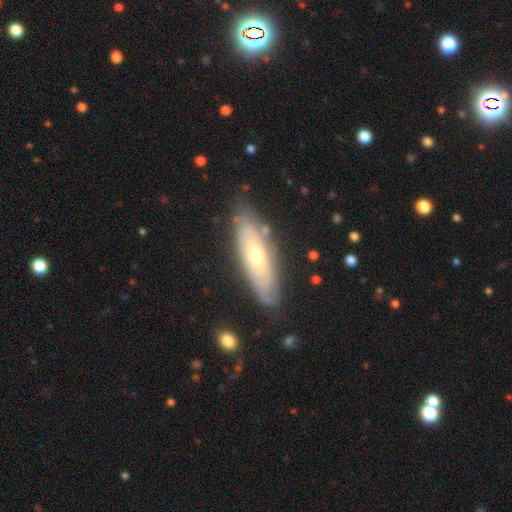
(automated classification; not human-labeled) This is possibly a featured or disk galaxy (55%). It is likely not viewed edge-on (64%). Merging: clearly none (81%).